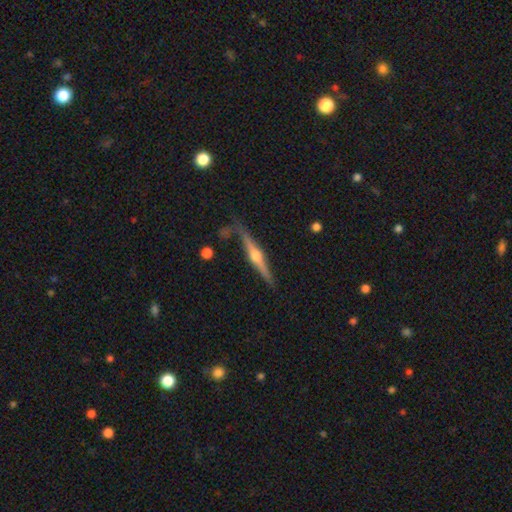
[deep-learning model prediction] This is likely a featured or disk galaxy (80%). It is clearly viewed edge-on (97%). Edge-on bulge: clearly rounded (94%). Merging: likely none (77%).